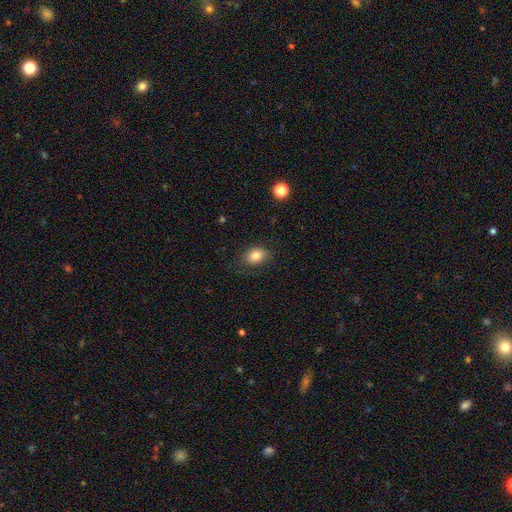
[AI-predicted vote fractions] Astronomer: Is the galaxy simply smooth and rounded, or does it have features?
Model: smooth — 83%.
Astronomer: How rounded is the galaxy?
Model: in between — 68%.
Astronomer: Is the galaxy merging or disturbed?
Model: none — 81%.